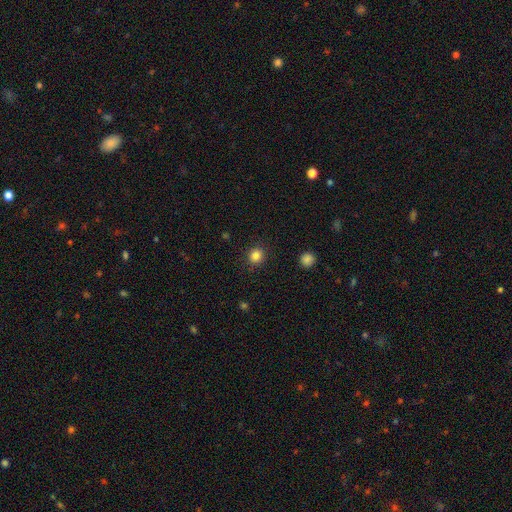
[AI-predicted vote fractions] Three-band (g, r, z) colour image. It shows a smooth galaxy with no disk features (84%) that is round (86%). Merging: none (90%).